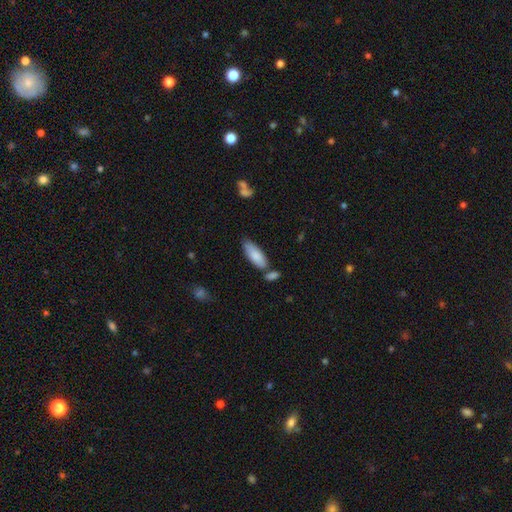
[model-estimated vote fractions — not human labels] smooth-or-featured: smooth: 84% | featured or disk: 10% | star or artifact: 6%
  how-rounded: in between: 68% | cigar-shaped: 30% | round: 2%
  merging: none: 62% | minor disturbance: 20% | merger: 14% | major disturbance: 4%